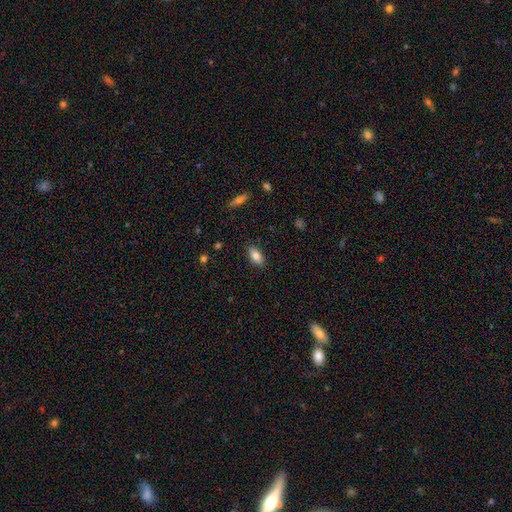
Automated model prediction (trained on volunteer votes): A smooth galaxy with no disk features (80%) that is in between round and cigar-shaped (87%). Merging: none (87%).